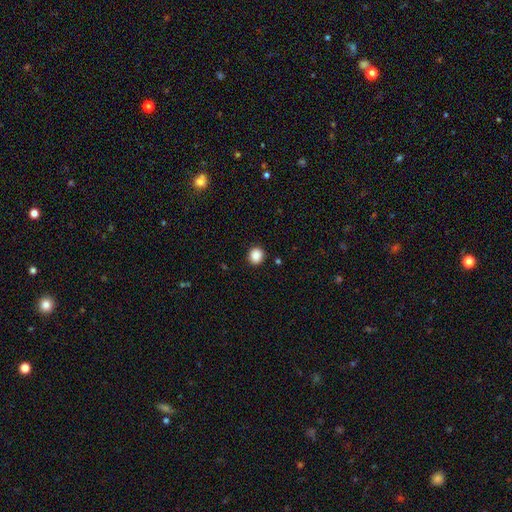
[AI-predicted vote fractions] A smooth galaxy with no disk features (88%) that is round (88%). Merging: none (91%).